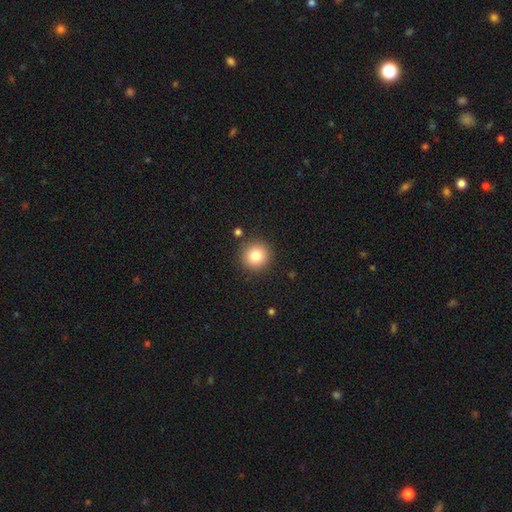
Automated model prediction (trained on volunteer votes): Smooth or featured? Predicted: smooth (p=0.81). How rounded? Predicted: round (p=0.95). Merging? Predicted: none (p=0.89).